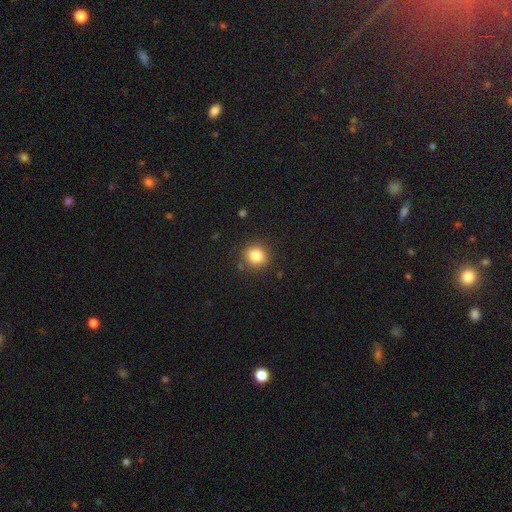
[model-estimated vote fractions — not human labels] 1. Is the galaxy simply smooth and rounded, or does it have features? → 83% smooth, 11% star or artifact, 6% featured or disk.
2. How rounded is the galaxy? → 88% round, 11% in between, 1% cigar-shaped.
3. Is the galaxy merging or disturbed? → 88% none, 7% minor disturbance, 2% major disturbance, 2% merger.